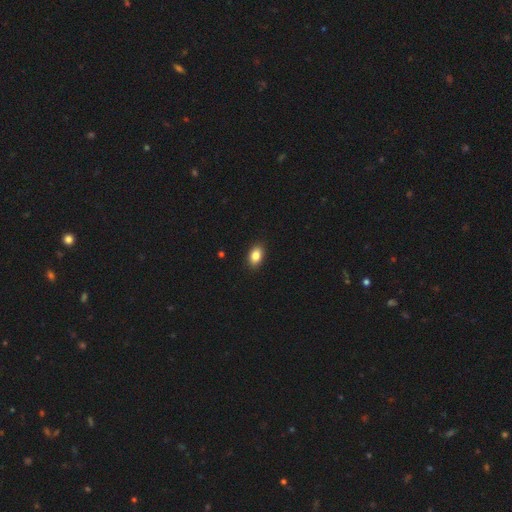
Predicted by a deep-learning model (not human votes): Smooth or featured? smooth (85%)
How rounded? in between (86%)
Merging? none (90%)